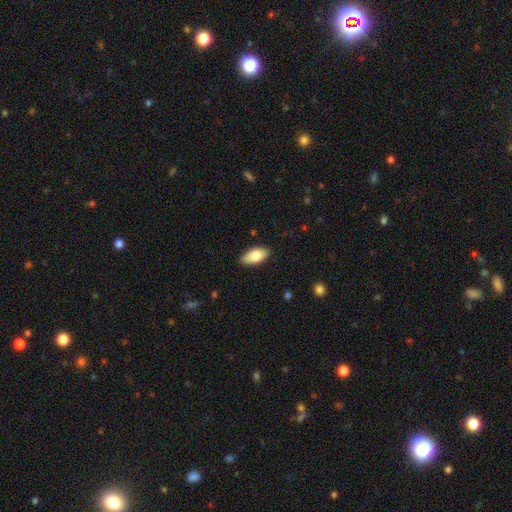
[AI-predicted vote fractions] smooth 78%, featured or disk 16%, star or artifact 6%. Down the decision tree: how rounded — in between (90%); merging — none (88%).